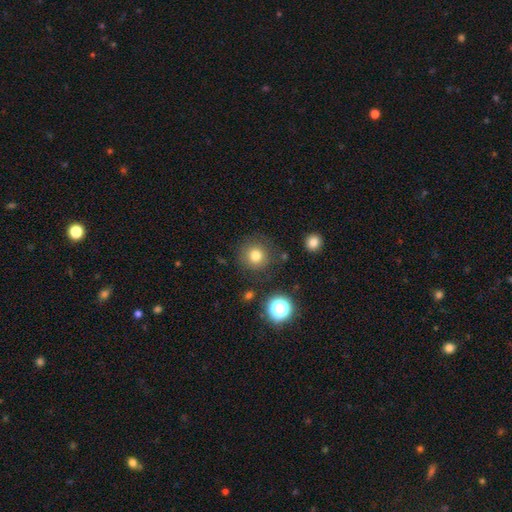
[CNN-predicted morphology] Smooth or featured: smooth — 80% (star or artifact — 13%)
How rounded: round — 93% (in between — 6%)
Merging: none — 85% (minor disturbance — 9%)